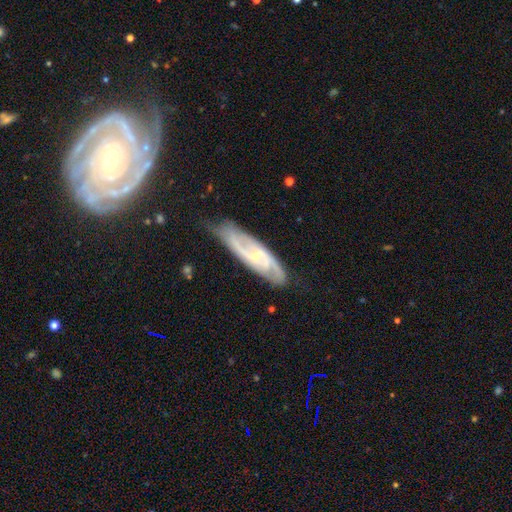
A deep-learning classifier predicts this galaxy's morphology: Q: Smooth or featured?
A: featured or disk (79%); runner-up: smooth (15%)
Q: Edge-on disk?
A: no (81%); runner-up: yes (19%)
Q: Bar?
A: weak (48%); runner-up: no (35%)
Q: Spiral arms?
A: yes (93%); runner-up: no (7%)
Q: Spiral winding?
A: medium (46%); runner-up: loose (28%)
Q: Spiral arm count?
A: 2 (66%); runner-up: can't tell (18%)
Q: Bulge size?
A: small (65%); runner-up: moderate (26%)
Q: Merging?
A: none (70%); runner-up: minor disturbance (22%)